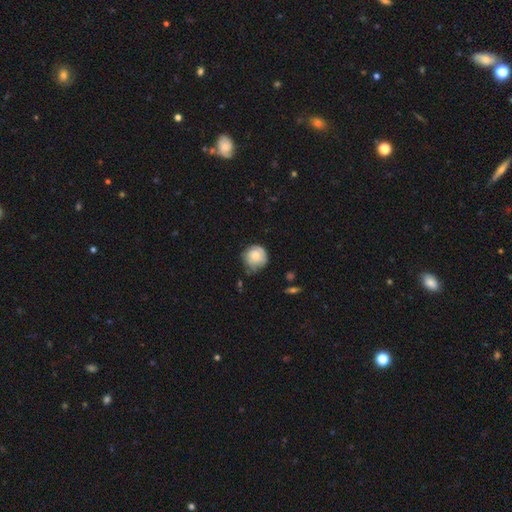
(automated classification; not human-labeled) The model was most divided on "merging": none: 60%, minor disturbance: 29%, major disturbance: 8%, merger: 3%. More confident: how rounded — round (89%); smooth or featured — smooth (70%).